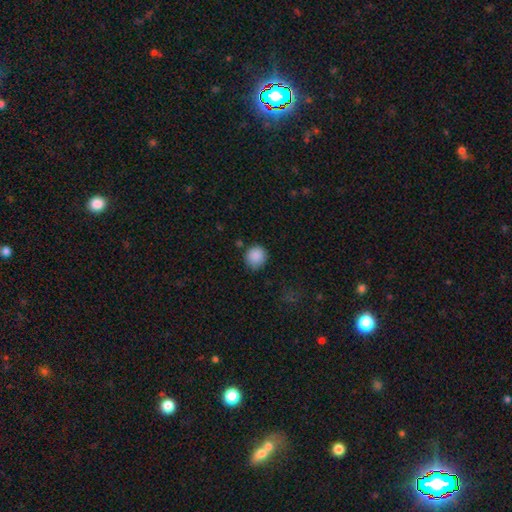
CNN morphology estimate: Overall: smooth (88%). How rounded: round (91%). Merging: none (81%).